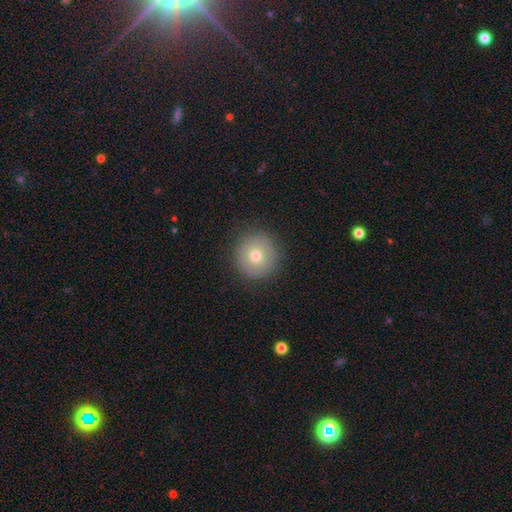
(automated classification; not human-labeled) The model was most divided on "smooth or featured": smooth: 71%, featured or disk: 18%, star or artifact: 11%. More confident: how rounded — round (95%); merging — none (88%).